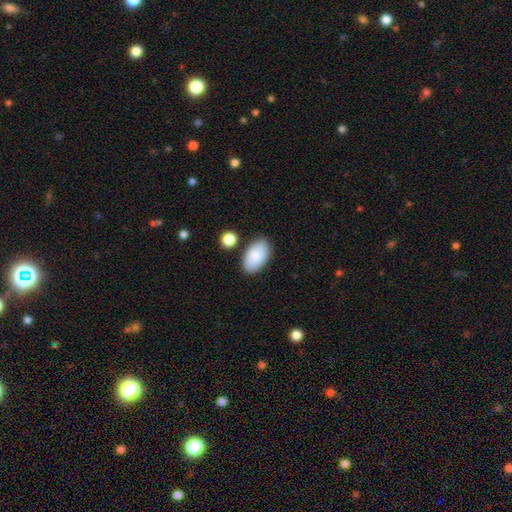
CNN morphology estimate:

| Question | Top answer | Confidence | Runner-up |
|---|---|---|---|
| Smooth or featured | smooth | 87% | featured or disk (7%) |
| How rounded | in between | 95% | round (4%) |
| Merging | none | 81% | minor disturbance (12%) |